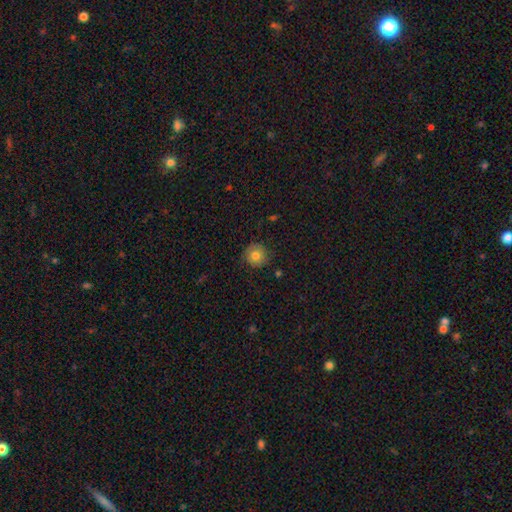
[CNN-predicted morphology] The model was most divided on "smooth or featured": smooth: 77%, featured or disk: 14%, star or artifact: 10%. More confident: how rounded — round (92%); merging — none (83%).